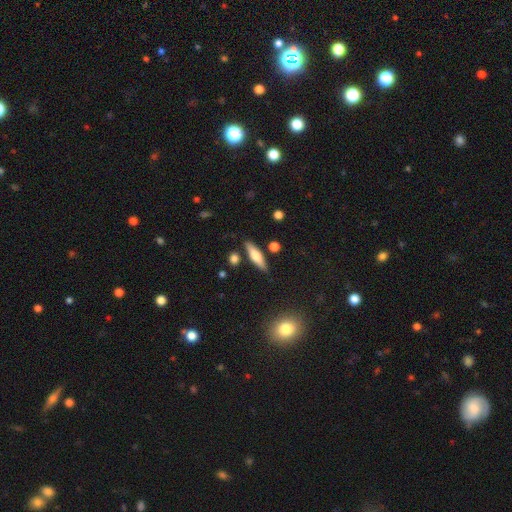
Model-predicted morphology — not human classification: The model was most divided on "smooth or featured": smooth: 52%, featured or disk: 41%, star or artifact: 7%. More confident: merging — none (83%); how rounded — cigar-shaped (66%).